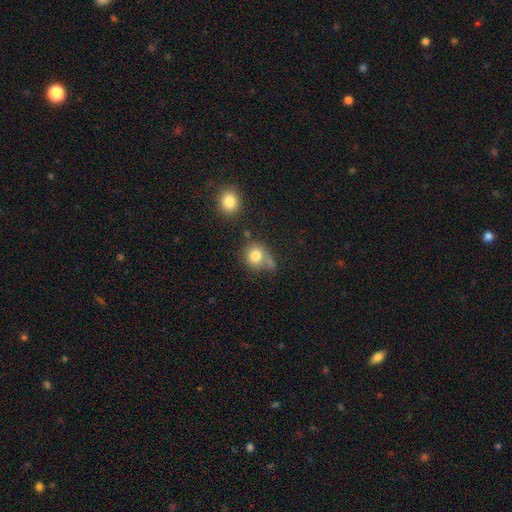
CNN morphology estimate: Q: Smooth or featured?
A: smooth (79%); runner-up: star or artifact (10%)
Q: How rounded?
A: round (82%); runner-up: in between (17%)
Q: Merging?
A: none (51%); runner-up: merger (20%)